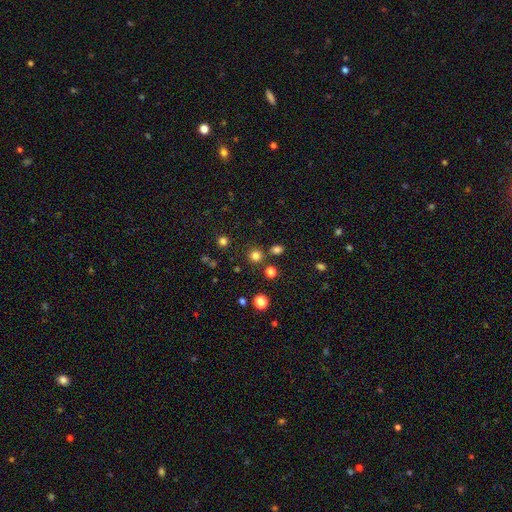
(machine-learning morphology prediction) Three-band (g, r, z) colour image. It shows a smooth galaxy with no disk features (77%) that is round (91%). Merging: none (81%).